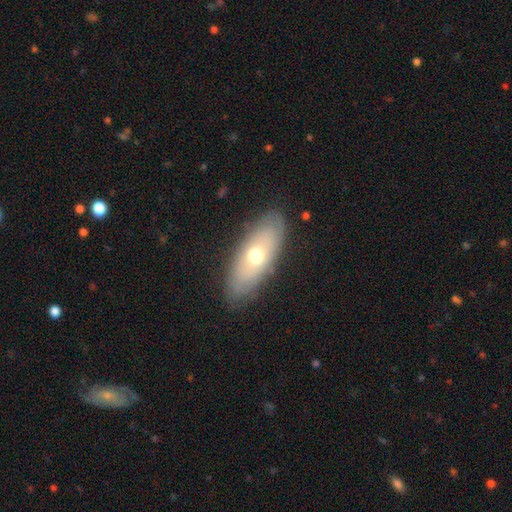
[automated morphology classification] Smooth or featured? Predicted: smooth (p=0.53). How rounded? Predicted: in between (p=0.79). Merging? Predicted: none (p=0.82).